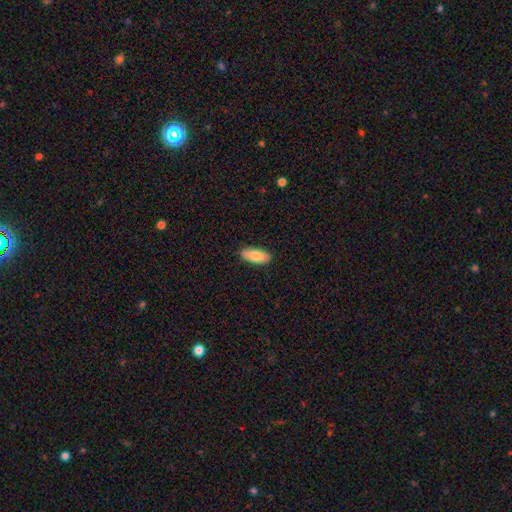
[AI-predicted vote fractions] Morphology: type=smooth (81%); roundness=in between (85%); merging=none (88%).